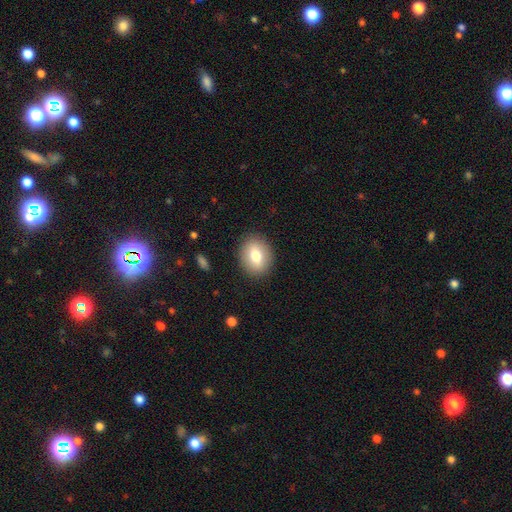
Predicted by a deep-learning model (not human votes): The model was most divided on "how rounded": in between: 51%, round: 48%, cigar-shaped: 1%. More confident: merging — none (88%); smooth or featured — smooth (74%).